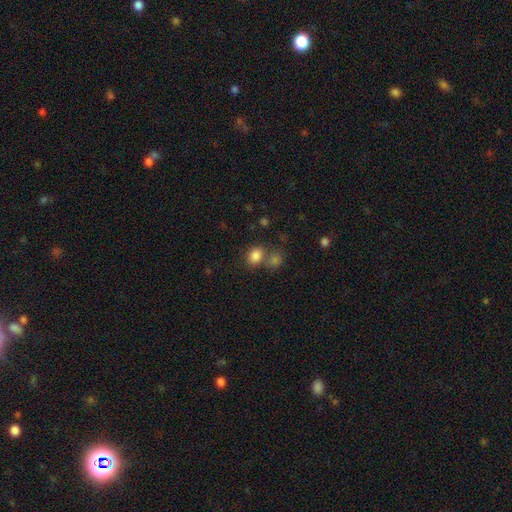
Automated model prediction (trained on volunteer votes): smooth 83%, star or artifact 11%, featured or disk 6%. Down the decision tree: how rounded — round (52%); merging — none (58%).